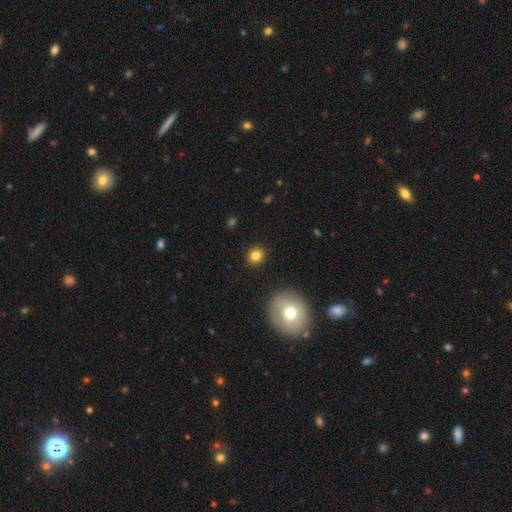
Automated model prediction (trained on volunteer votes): This is clearly a smooth galaxy (82%). How rounded: clearly round (81%). Merging: clearly none (91%).